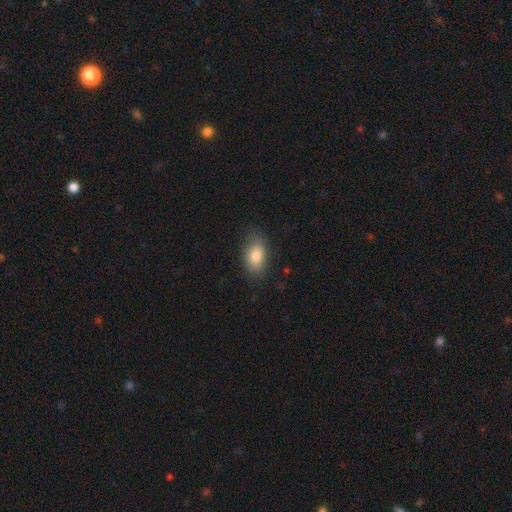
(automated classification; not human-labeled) Smooth or featured: smooth — 81% (featured or disk — 11%)
How rounded: in between — 90% (round — 8%)
Merging: none — 75% (minor disturbance — 19%)